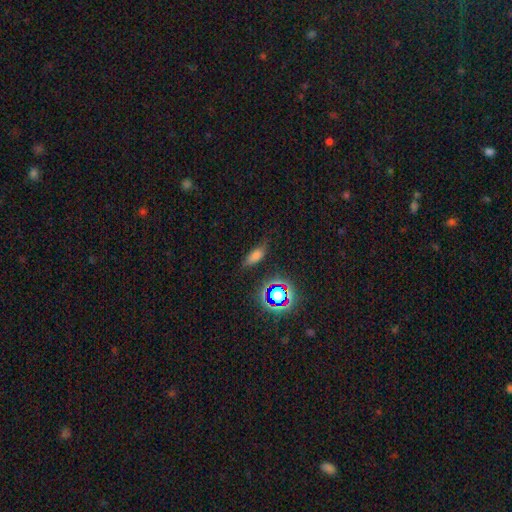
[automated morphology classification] Overall: smooth (67%). How rounded: in between (71%). Merging: none (71%).